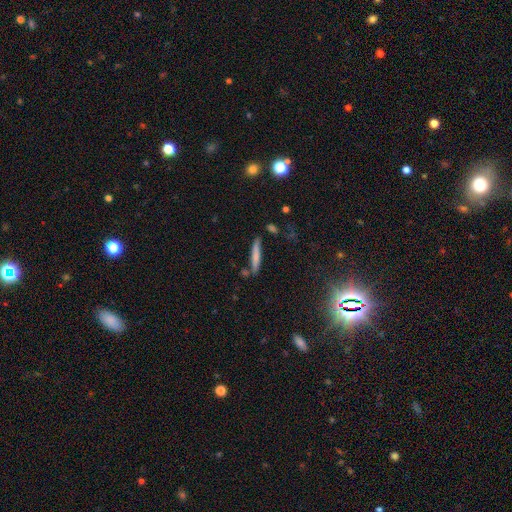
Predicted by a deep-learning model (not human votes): Q: Smooth or featured?
A: smooth (70%); runner-up: featured or disk (23%)
Q: How rounded?
A: cigar-shaped (93%); runner-up: in between (6%)
Q: Merging?
A: none (78%); runner-up: minor disturbance (13%)